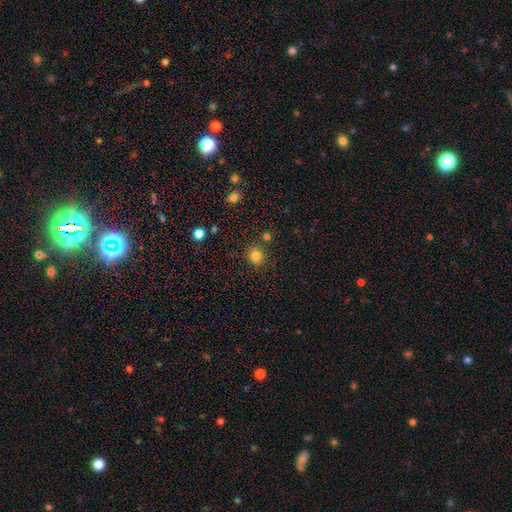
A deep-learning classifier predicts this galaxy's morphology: type=smooth (80%); roundness=round (79%); merging=none (84%).